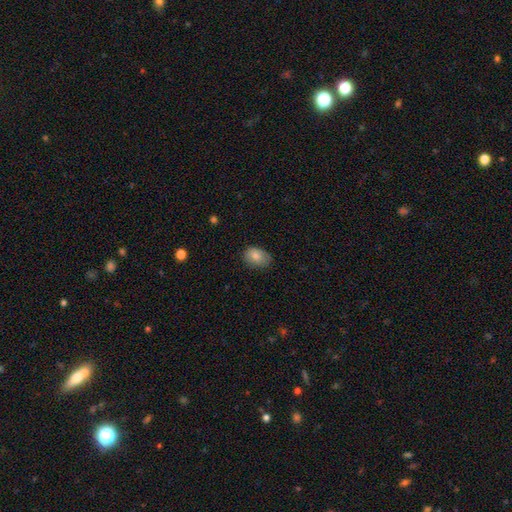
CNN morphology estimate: Smooth or featured?
  - smooth: 83% *
  - featured or disk: 10%
  - star or artifact: 8%
How rounded?
  - in between: 79% *
  - round: 20%
  - cigar-shaped: 1%
Merging?
  - none: 69% *
  - minor disturbance: 25%
  - major disturbance: 5%
  - merger: 1%